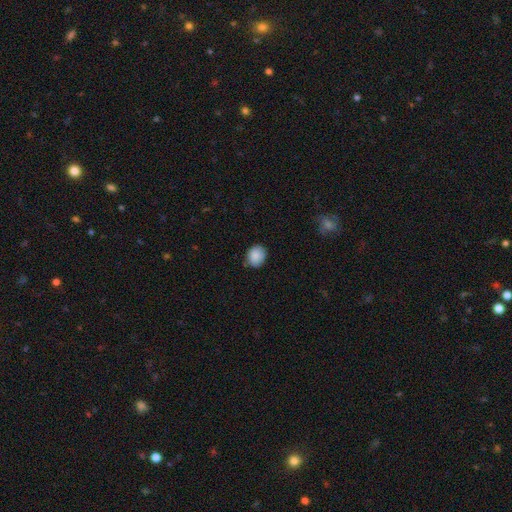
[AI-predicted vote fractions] Smooth or featured? smooth (87%)
How rounded? round (64%)
Merging? none (79%)